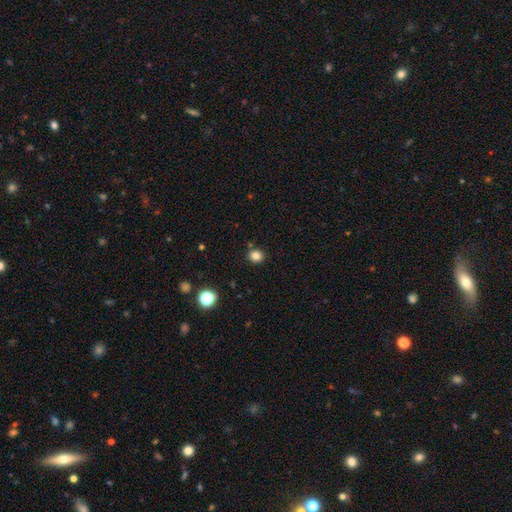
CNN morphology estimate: Smooth or featured? smooth (83%)
How rounded? round (82%)
Merging? none (86%)